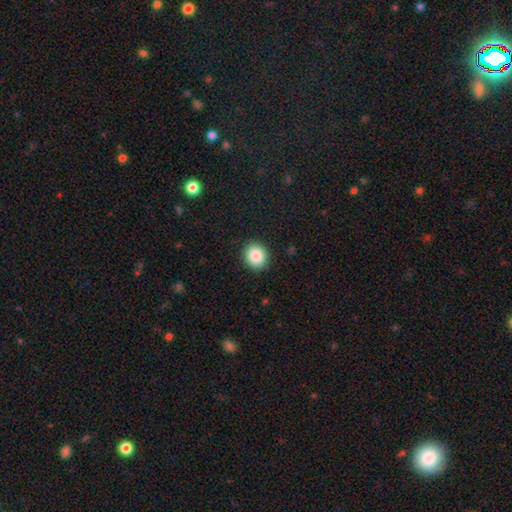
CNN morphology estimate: smooth 88%, star or artifact 8%, featured or disk 4%. Down the decision tree: how rounded — round (76%); merging — none (90%).